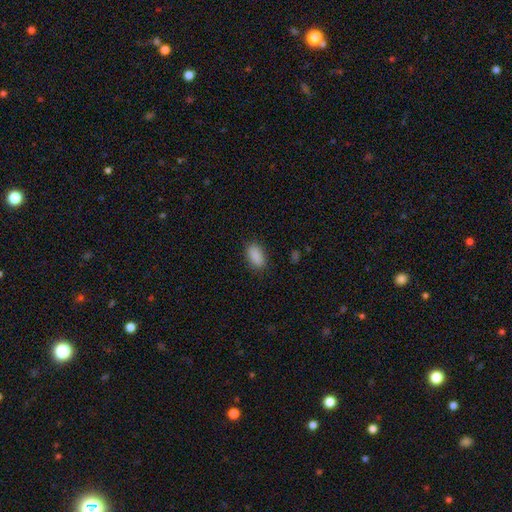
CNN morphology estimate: Smooth or featured? Predicted: smooth (p=0.89). How rounded? Predicted: in between (p=0.92). Merging? Predicted: none (p=0.85).